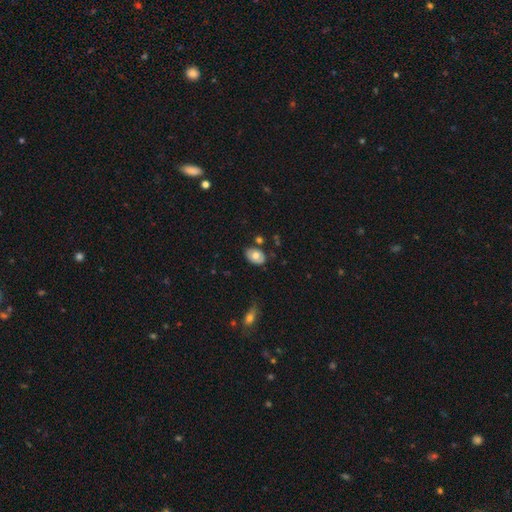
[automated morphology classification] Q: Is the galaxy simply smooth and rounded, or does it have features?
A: smooth — 68%.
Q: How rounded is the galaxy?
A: in between — 83%.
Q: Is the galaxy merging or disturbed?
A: none — 74%.